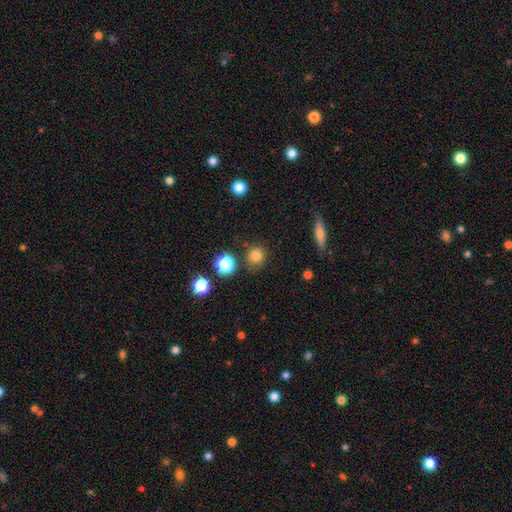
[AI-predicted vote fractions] Smooth or featured: smooth — 81% (star or artifact — 14%)
How rounded: round — 89% (in between — 9%)
Merging: none — 82% (minor disturbance — 10%)